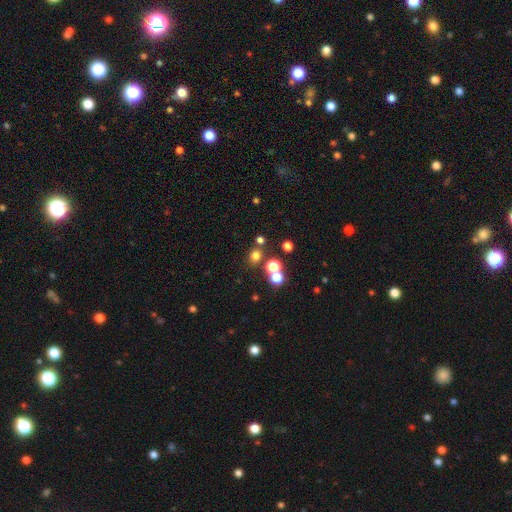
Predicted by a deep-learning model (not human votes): Overall: smooth (68%). How rounded: round (79%). Merging: none (73%).